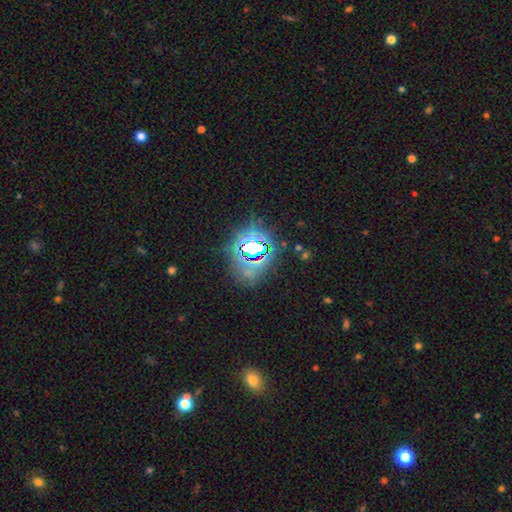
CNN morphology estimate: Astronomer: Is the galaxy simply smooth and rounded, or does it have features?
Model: star or artifact — 76%.